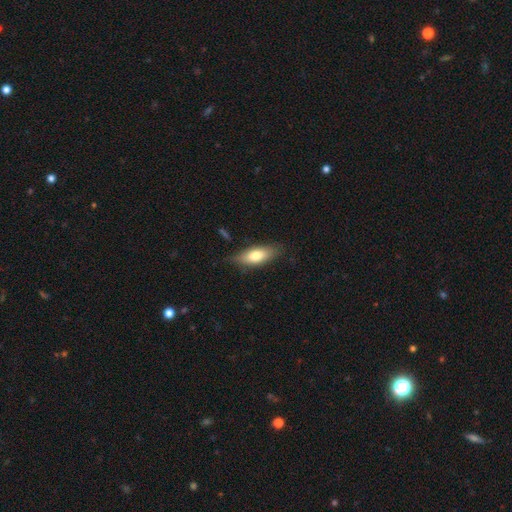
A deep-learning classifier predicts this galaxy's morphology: The model was most divided on "how rounded": in between: 73%, cigar-shaped: 24%, round: 3%. More confident: merging — none (76%); smooth or featured — smooth (72%).